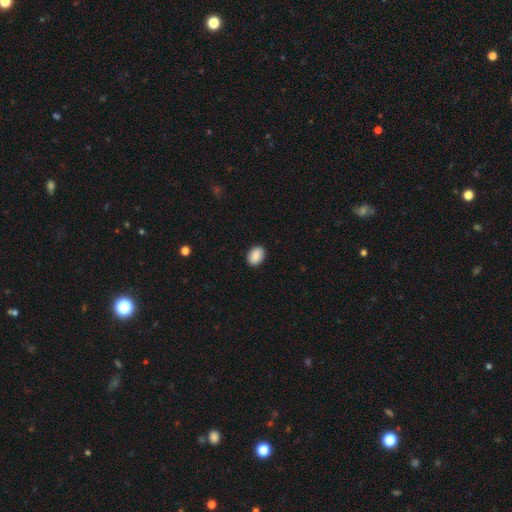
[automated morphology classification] Smooth or featured: smooth — 90% (star or artifact — 7%)
How rounded: in between — 73% (round — 26%)
Merging: none — 91% (minor disturbance — 7%)